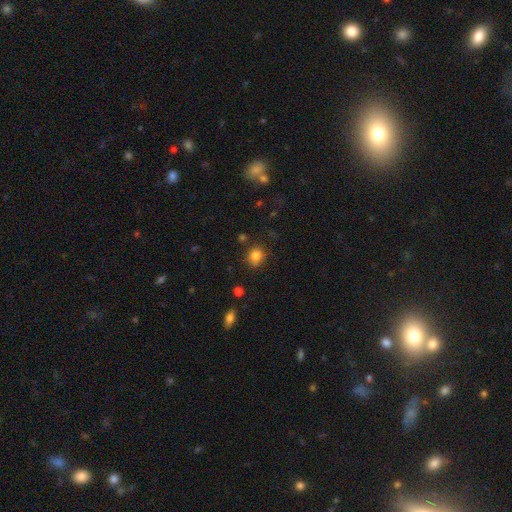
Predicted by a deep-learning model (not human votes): Smooth or featured? Predicted: smooth (p=0.82). How rounded? Predicted: round (p=0.77). Merging? Predicted: none (p=0.81).